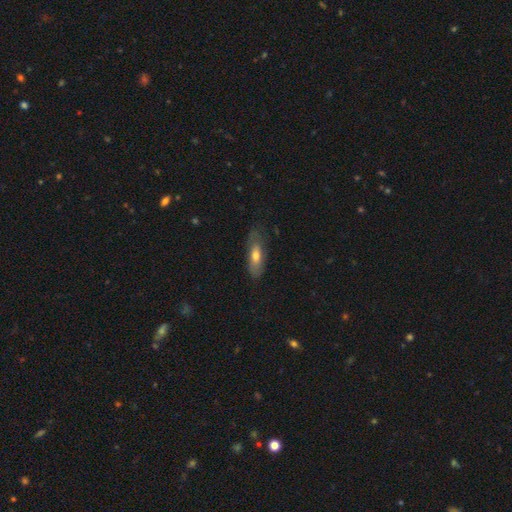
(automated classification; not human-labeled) smooth-or-featured: smooth: 65% | featured or disk: 29% | star or artifact: 6%
  how-rounded: in between: 62% | cigar-shaped: 35% | round: 2%
  merging: none: 64% | minor disturbance: 26% | major disturbance: 9% | merger: 1%